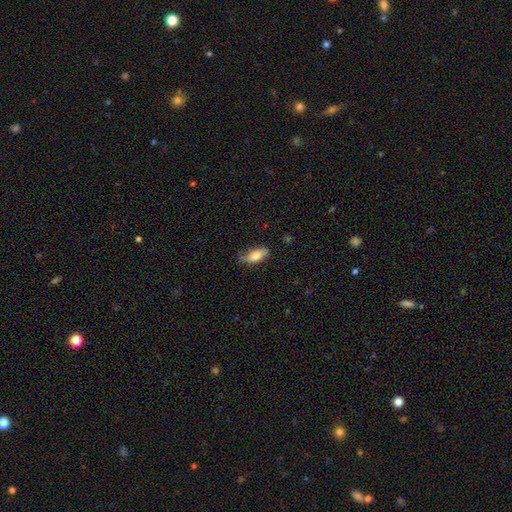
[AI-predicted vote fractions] A smooth galaxy with no disk features (74%) that is in between round and cigar-shaped (79%).

Vote fractions:
- Smooth or featured? smooth: 74% / featured or disk: 19% / star or artifact: 6%
- How rounded? in between: 79% / cigar-shaped: 18% / round: 3%
- Merging? none: 69% / minor disturbance: 25% / major disturbance: 4% / merger: 1%